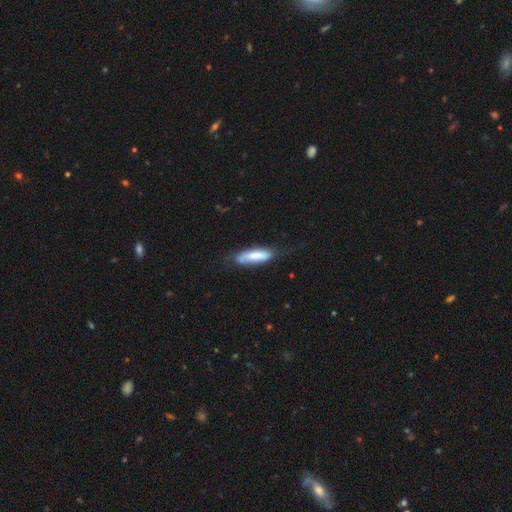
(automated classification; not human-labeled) Smooth or featured?
  - smooth: 68% *
  - featured or disk: 26%
  - star or artifact: 6%
How rounded?
  - cigar-shaped: 55% *
  - in between: 44%
  - round: 2%
Merging?
  - none: 56% *
  - minor disturbance: 30%
  - major disturbance: 11%
  - merger: 3%